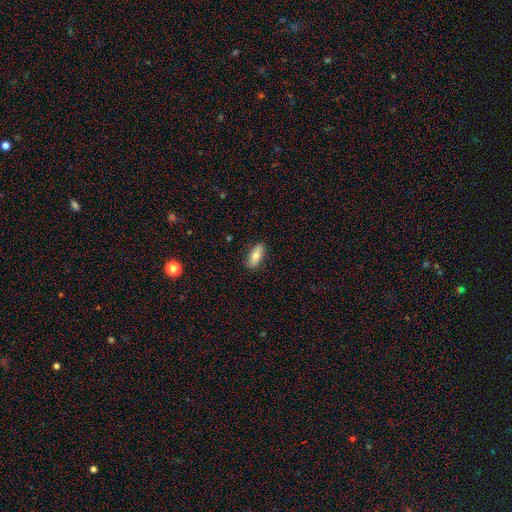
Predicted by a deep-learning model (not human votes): The model was most divided on "how rounded": in between: 77%, cigar-shaped: 21%, round: 3%. More confident: merging — none (85%); smooth or featured — smooth (76%).